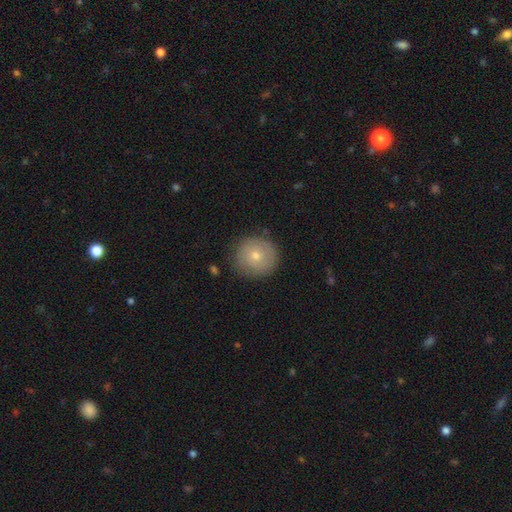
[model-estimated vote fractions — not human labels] Morphology: type=smooth (70%); roundness=round (92%); merging=none (83%).